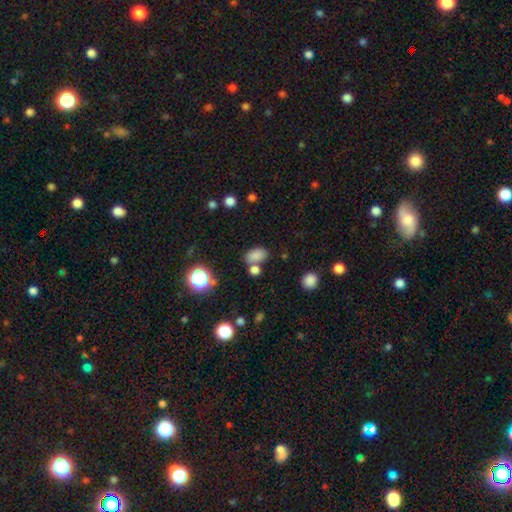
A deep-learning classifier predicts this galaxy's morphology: Smooth or featured? smooth (79%)
How rounded? in between (87%)
Merging? none (59%)